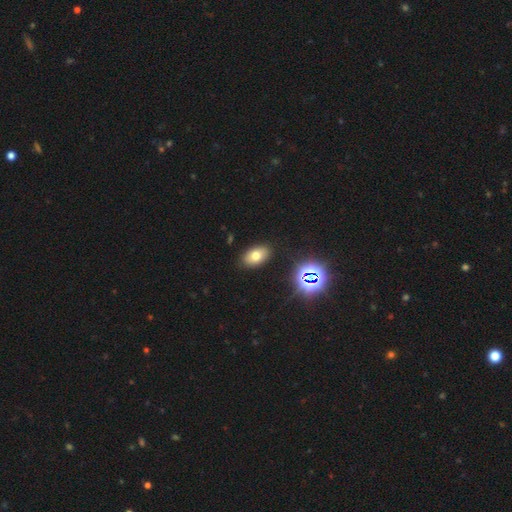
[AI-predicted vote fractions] Overall: smooth (69%). How rounded: in between (89%). Merging: none (87%).